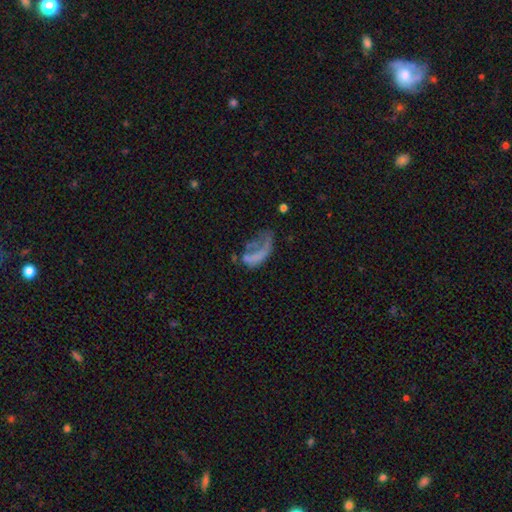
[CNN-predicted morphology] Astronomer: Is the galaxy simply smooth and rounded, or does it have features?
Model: featured or disk — 45% (runner-up: smooth, 41%).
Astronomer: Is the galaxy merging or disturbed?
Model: major disturbance — 53%.